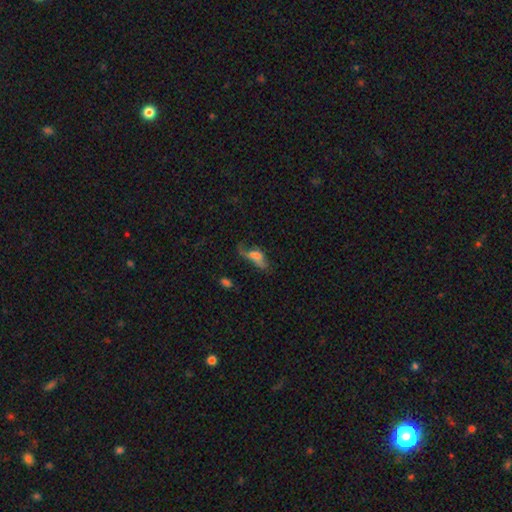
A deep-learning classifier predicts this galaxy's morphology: Smooth or featured?
  - smooth: 52% *
  - featured or disk: 35%
  - star or artifact: 12%
How rounded?
  - in between: 71% *
  - cigar-shaped: 24%
  - round: 5%
Merging?
  - major disturbance: 38% *
  - none: 26%
  - minor disturbance: 19%
  - merger: 16%